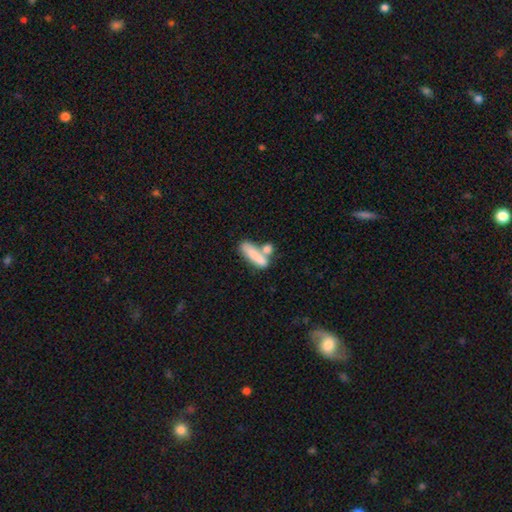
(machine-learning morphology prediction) This is likely a smooth galaxy (77%). How rounded: possibly cigar-shaped (60%). Merging: marginally merger (40%).